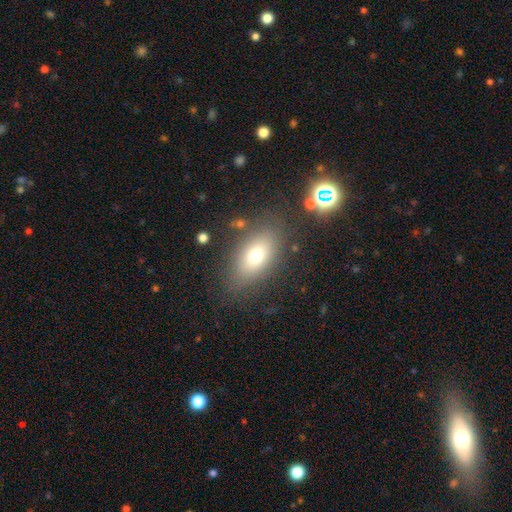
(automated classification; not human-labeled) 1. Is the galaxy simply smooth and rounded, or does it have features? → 70% smooth, 17% featured or disk, 13% star or artifact.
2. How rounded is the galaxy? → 84% in between, 11% round, 5% cigar-shaped.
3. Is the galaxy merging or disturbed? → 79% none, 12% minor disturbance, 5% major disturbance, 3% merger.